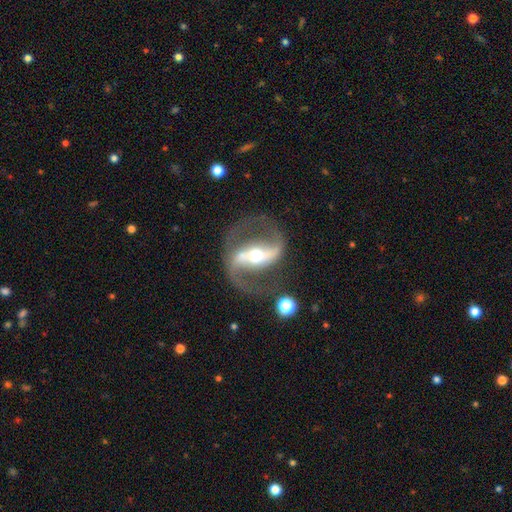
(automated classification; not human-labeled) Smooth or featured?
  - featured or disk: 91% *
  - star or artifact: 5%
  - smooth: 4%
Edge-on disk?
  - no: 96% *
  - yes: 4%
Bar?
  - strong: 68% *
  - weak: 20%
  - no: 12%
Spiral arms?
  - yes: 95% *
  - no: 5%
Spiral winding?
  - medium: 54% *
  - loose: 34%
  - tight: 12%
Spiral arm count?
  - 2: 93% *
  - 1: 2%
  - can't tell: 2%
  - 3: 1%
  - 4: 1%
  - more than 4: 1%
Bulge size?
  - moderate: 63% *
  - small: 26%
  - large: 8%
  - dominant: 2%
  - none: 1%
Merging?
  - none: 77% *
  - minor disturbance: 11%
  - major disturbance: 9%
  - merger: 3%